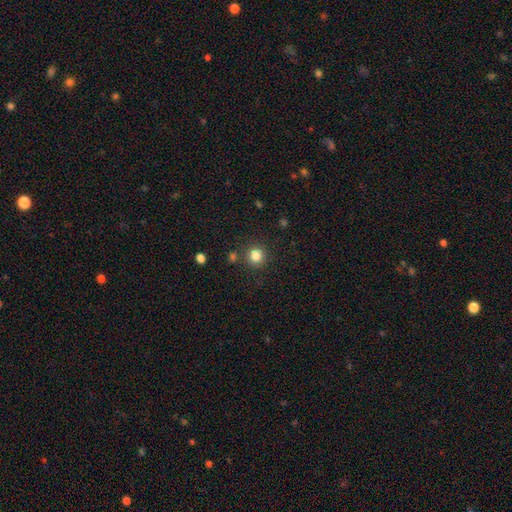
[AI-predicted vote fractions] This appears to be a smooth galaxy with no disk features (83%) that is round (92%). Merging: none (86%).